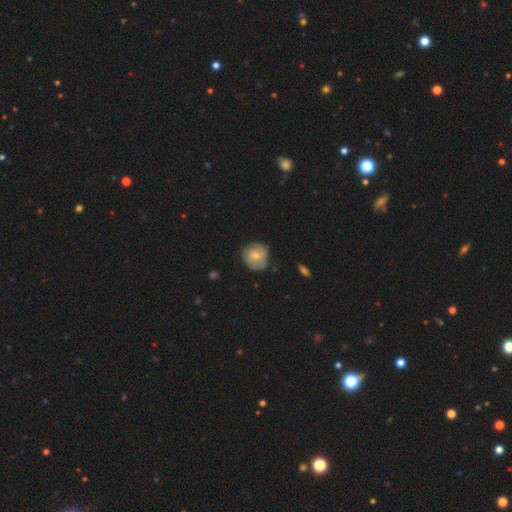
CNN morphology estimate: The model was most divided on "smooth or featured": smooth: 55%, featured or disk: 38%, star or artifact: 7%. More confident: how rounded — round (87%); merging — none (68%).